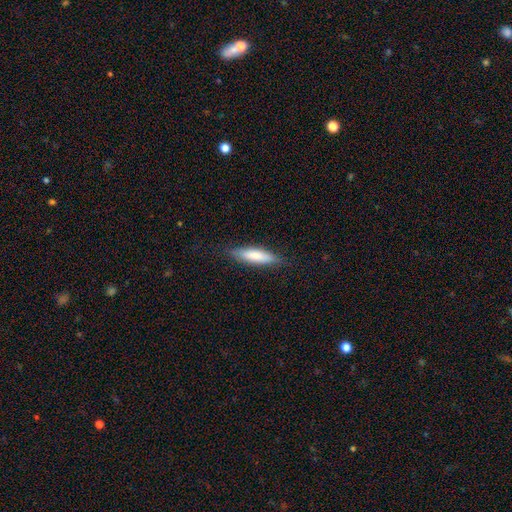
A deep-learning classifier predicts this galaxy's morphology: A smooth galaxy with no disk features (76%) that is cigar-shaped (71%).

Vote fractions:
- Smooth or featured? smooth: 76% / featured or disk: 19% / star or artifact: 6%
- How rounded? cigar-shaped: 71% / in between: 28% / round: 1%
- Merging? none: 84% / minor disturbance: 12% / major disturbance: 3% / merger: 1%